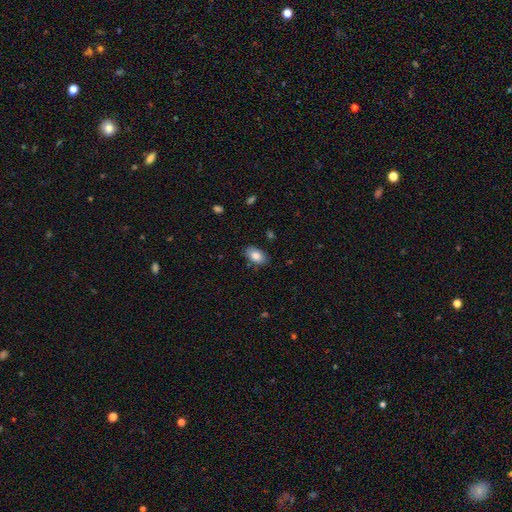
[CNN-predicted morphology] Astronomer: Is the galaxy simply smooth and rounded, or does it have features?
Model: smooth — 84%.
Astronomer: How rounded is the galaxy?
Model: in between — 90%.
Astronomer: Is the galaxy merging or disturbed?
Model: none — 85%.